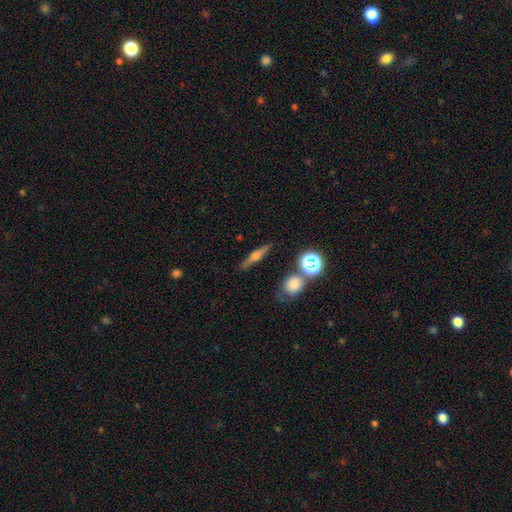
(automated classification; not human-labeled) Smooth or featured: featured or disk — 55% (smooth — 34%)
Edge-on disk: yes — 94% (no — 6%)
Edge-on bulge: rounded — 86% (boxy — 9%)
Merging: none — 83% (minor disturbance — 10%)